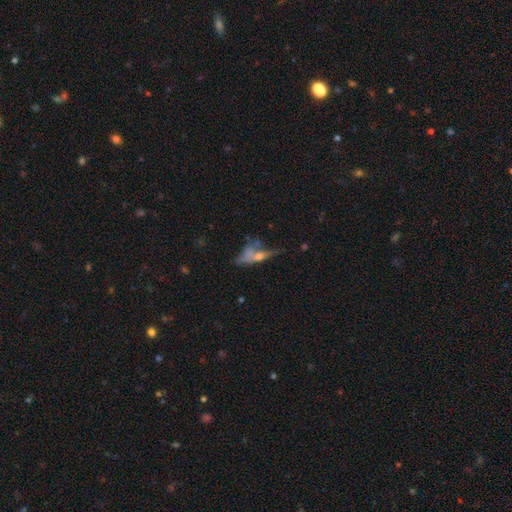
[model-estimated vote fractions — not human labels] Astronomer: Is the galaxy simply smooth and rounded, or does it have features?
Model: smooth — 45% (runner-up: featured or disk, 42%).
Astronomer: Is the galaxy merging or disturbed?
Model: none — 31% (runner-up: major disturbance, 26%).